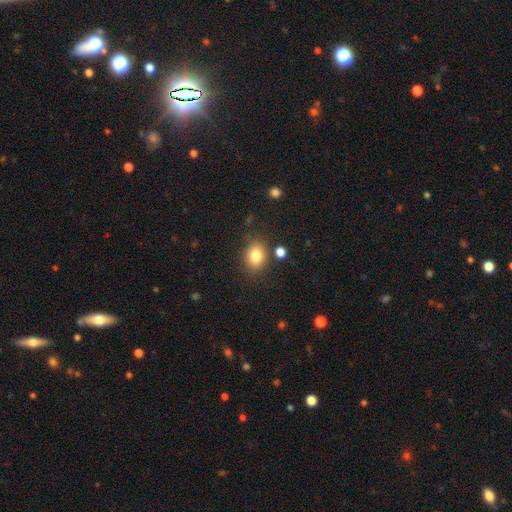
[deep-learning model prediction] Q: Smooth or featured?
A: smooth (83%); runner-up: star or artifact (10%)
Q: How rounded?
A: in between (54%); runner-up: round (45%)
Q: Merging?
A: none (79%); runner-up: minor disturbance (12%)